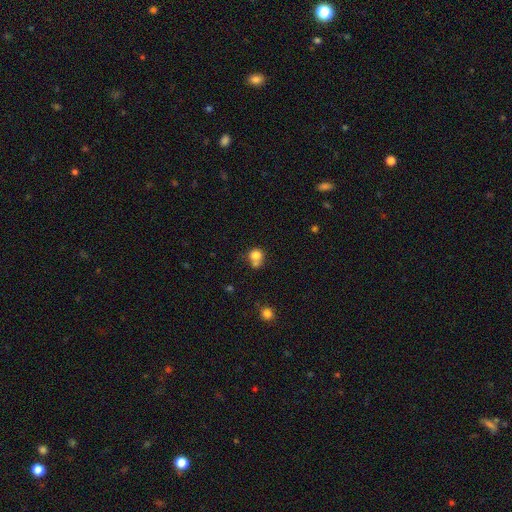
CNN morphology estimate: Smooth or featured? smooth (79%)
How rounded? round (79%)
Merging? none (43%)